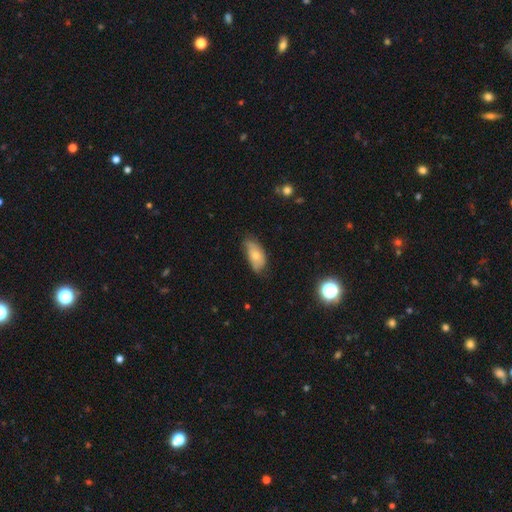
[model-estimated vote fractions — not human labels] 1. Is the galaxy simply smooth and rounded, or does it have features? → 65% smooth, 27% featured or disk, 8% star or artifact.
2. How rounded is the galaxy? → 91% in between, 5% cigar-shaped, 4% round.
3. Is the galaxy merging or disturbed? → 46% none, 41% minor disturbance, 11% major disturbance, 2% merger.